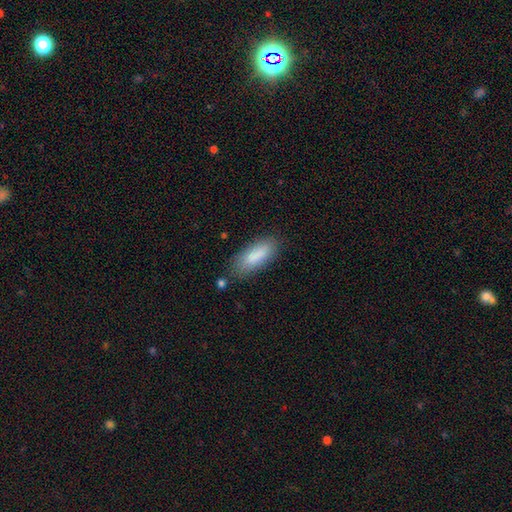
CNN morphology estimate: The model was most divided on "how rounded": in between: 69%, cigar-shaped: 29%, round: 2%. More confident: smooth or featured — smooth (86%); merging — none (78%).